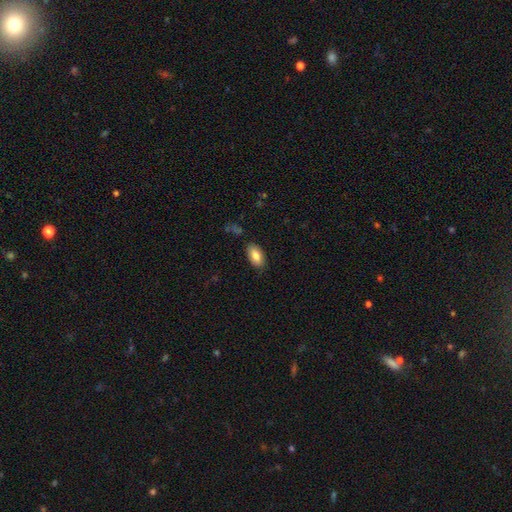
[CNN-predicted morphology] Smooth or featured?
  - smooth: 83% *
  - featured or disk: 10%
  - star or artifact: 7%
How rounded?
  - in between: 94% *
  - cigar-shaped: 3%
  - round: 3%
Merging?
  - none: 81% *
  - minor disturbance: 14%
  - major disturbance: 3%
  - merger: 2%